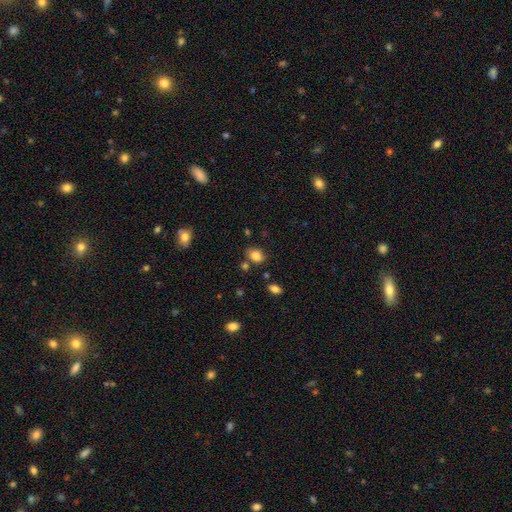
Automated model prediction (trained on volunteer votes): Morphology: type=smooth (82%); roundness=in between (65%); merging=none (73%).